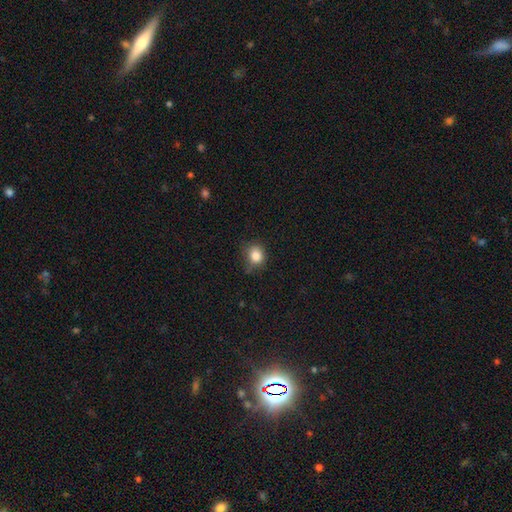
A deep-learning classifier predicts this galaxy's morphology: Smooth or featured: smooth — 84% (star or artifact — 11%)
How rounded: round — 71% (in between — 28%)
Merging: none — 63% (minor disturbance — 28%)